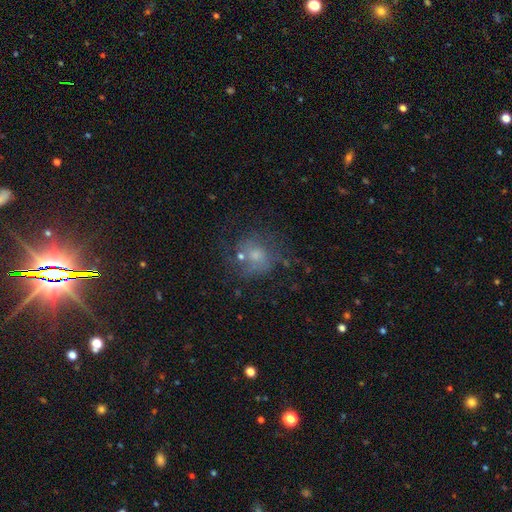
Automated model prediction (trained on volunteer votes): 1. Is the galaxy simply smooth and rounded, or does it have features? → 44% smooth, 41% featured or disk, 15% star or artifact.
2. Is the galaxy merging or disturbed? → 51% none, 21% minor disturbance, 20% major disturbance, 9% merger.